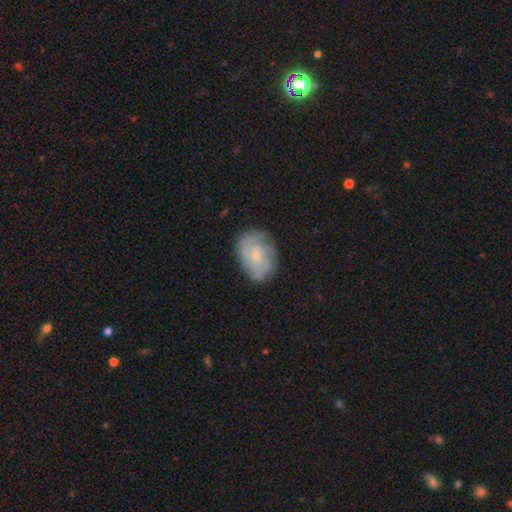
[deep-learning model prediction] Smooth or featured: featured or disk — 66% (smooth — 27%)
Edge-on disk: no — 97% (yes — 3%)
Bar: no — 73% (weak — 24%)
Spiral arms: yes — 87% (no — 13%)
Spiral winding: tight — 55% (medium — 34%)
Spiral arm count: can't tell — 37% (2 — 31%)
Bulge size: small — 72% (moderate — 23%)
Merging: none — 76% (minor disturbance — 17%)